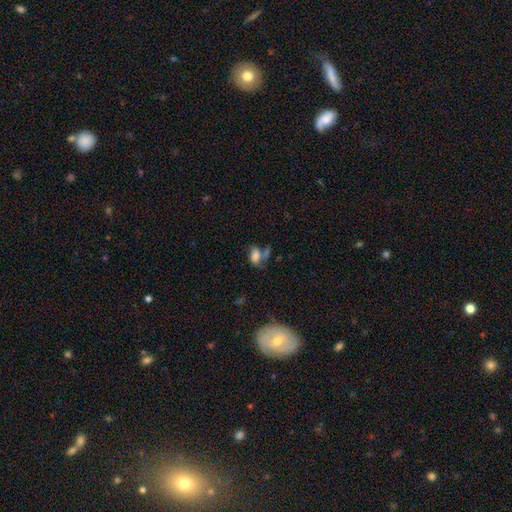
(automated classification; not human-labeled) This appears to be a smooth galaxy with no disk features (65%) that is in between round and cigar-shaped (84%). Merging: merger (33%).